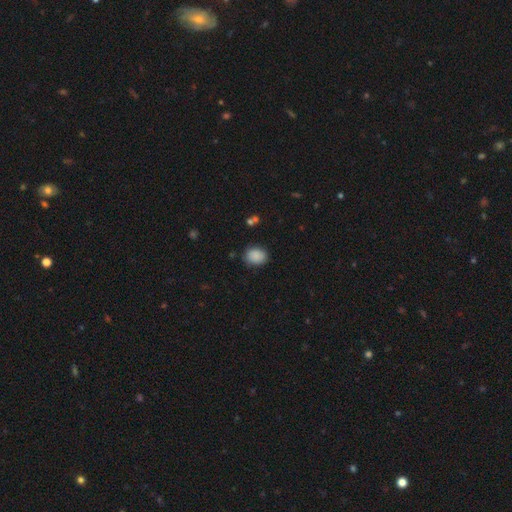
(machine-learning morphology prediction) Smooth or featured?
  - smooth: 87% *
  - star or artifact: 8%
  - featured or disk: 5%
How rounded?
  - in between: 52% *
  - round: 47%
  - cigar-shaped: 1%
Merging?
  - none: 79% *
  - minor disturbance: 16%
  - major disturbance: 4%
  - merger: 2%